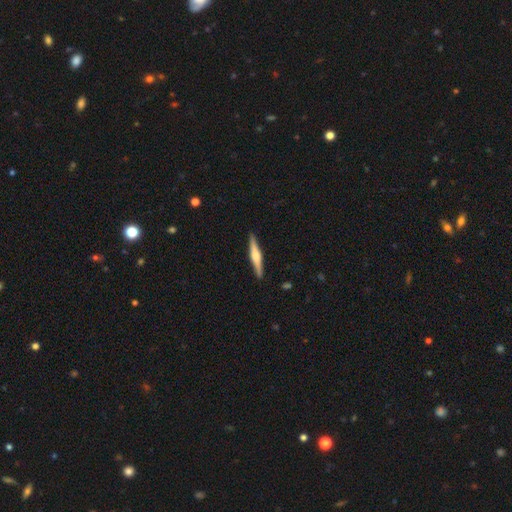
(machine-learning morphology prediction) featured or disk 64%, smooth 30%, star or artifact 5%. Down the decision tree: edge-on disk — yes (98%); edge-on bulge — rounded (77%); merging — none (91%).